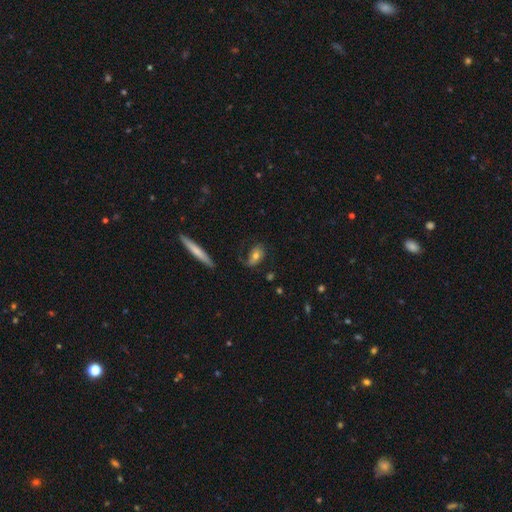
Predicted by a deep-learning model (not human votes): Smooth or featured: smooth — 51% (featured or disk — 41%)
How rounded: in between — 78% (round — 13%)
Merging: none — 55% (minor disturbance — 24%)